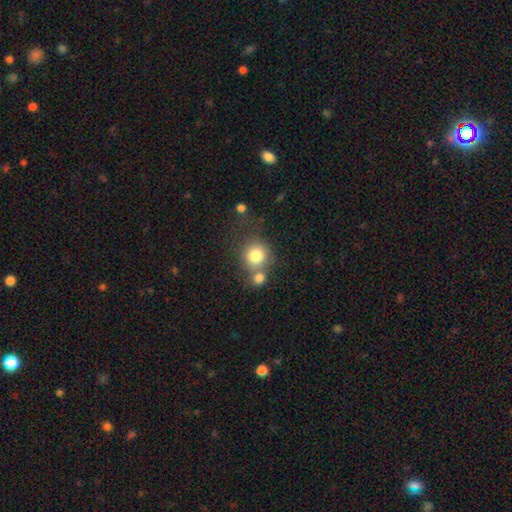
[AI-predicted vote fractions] smooth-or-featured: smooth: 79% | star or artifact: 10% | featured or disk: 10%
  how-rounded: round: 87% | in between: 12% | cigar-shaped: 1%
  merging: none: 49% | merger: 36% | minor disturbance: 10% | major disturbance: 5%